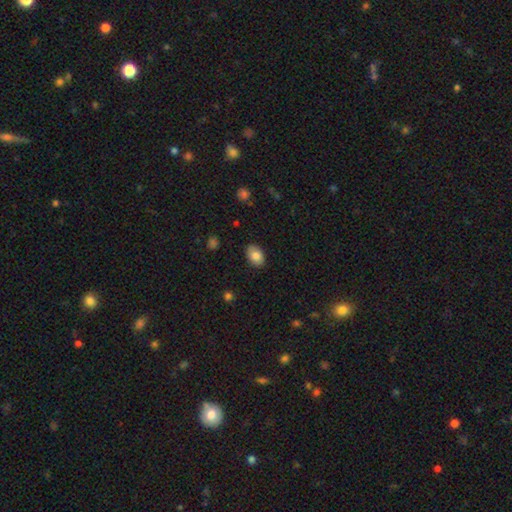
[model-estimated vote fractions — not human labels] Smooth or featured: smooth — 84% (featured or disk — 9%)
How rounded: in between — 84% (round — 15%)
Merging: none — 85% (minor disturbance — 12%)